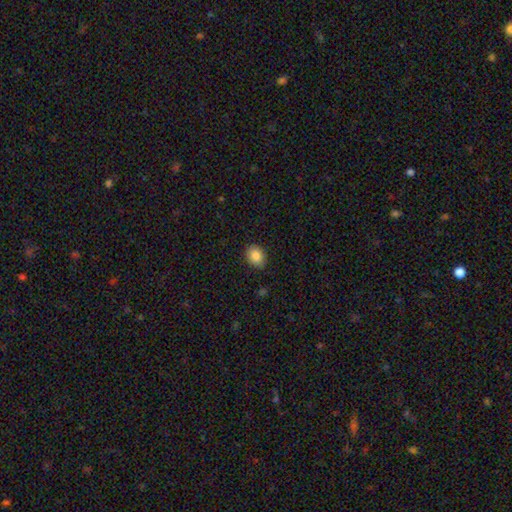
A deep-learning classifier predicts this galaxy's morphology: A smooth galaxy with no disk features (87%) that is in between round and cigar-shaped (64%).

Vote fractions:
- Smooth or featured? smooth: 87% / star or artifact: 8% / featured or disk: 5%
- How rounded? in between: 64% / round: 36% / cigar-shaped: 1%
- Merging? none: 86% / minor disturbance: 11% / major disturbance: 2% / merger: 1%